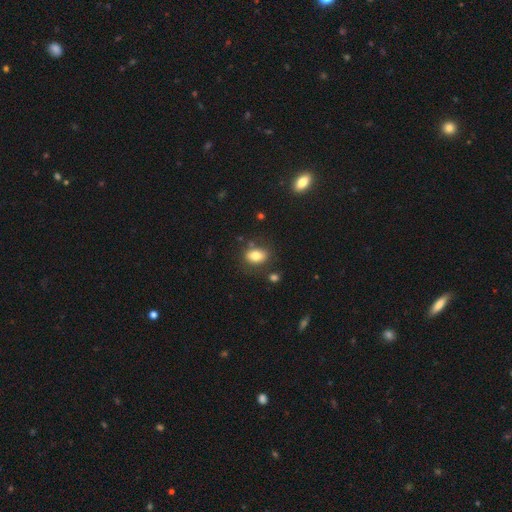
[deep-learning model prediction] Smooth or featured? Predicted: smooth (p=0.81). How rounded? Predicted: in between (p=0.78). Merging? Predicted: none (p=0.76).